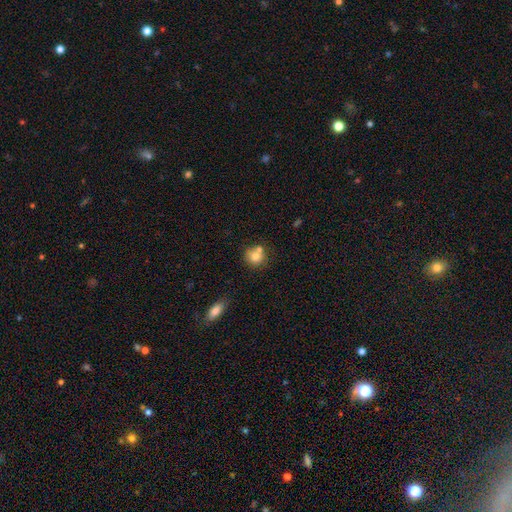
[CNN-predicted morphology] Overall: smooth (78%). How rounded: round (87%). Merging: none (56%; merger 29%).